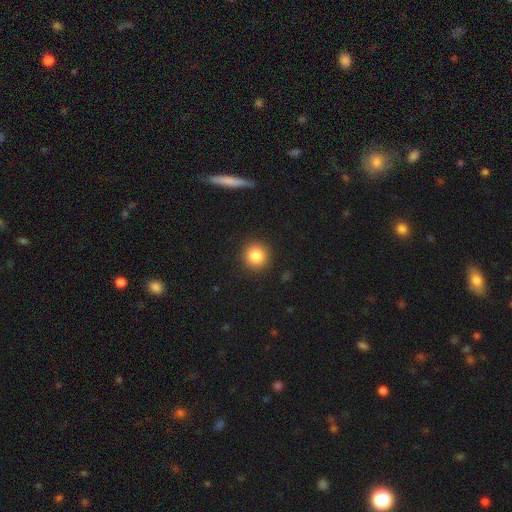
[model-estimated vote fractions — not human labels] A smooth galaxy with no disk features (84%) that is round (94%). Merging: none (91%).